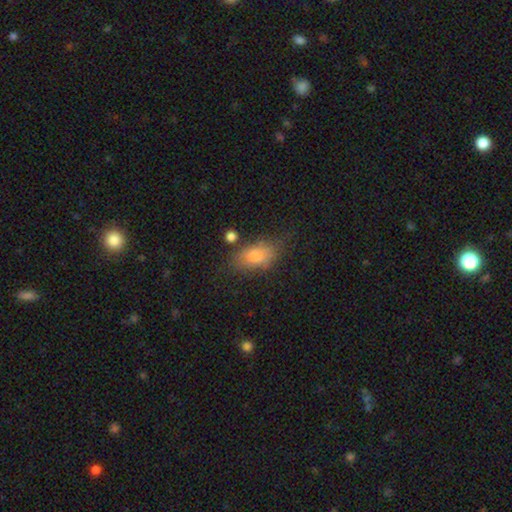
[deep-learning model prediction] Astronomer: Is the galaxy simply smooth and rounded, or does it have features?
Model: smooth — 79%.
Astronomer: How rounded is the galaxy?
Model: in between — 87%.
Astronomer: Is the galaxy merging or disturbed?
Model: none — 61%.